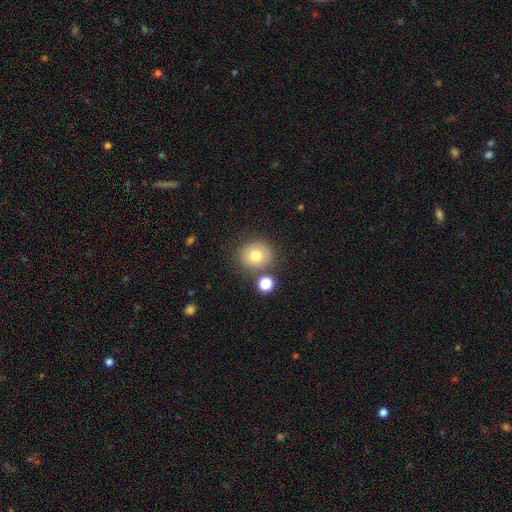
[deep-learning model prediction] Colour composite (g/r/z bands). It shows a smooth galaxy with no disk features (76%) that is round (82%). Merging: none (76%).